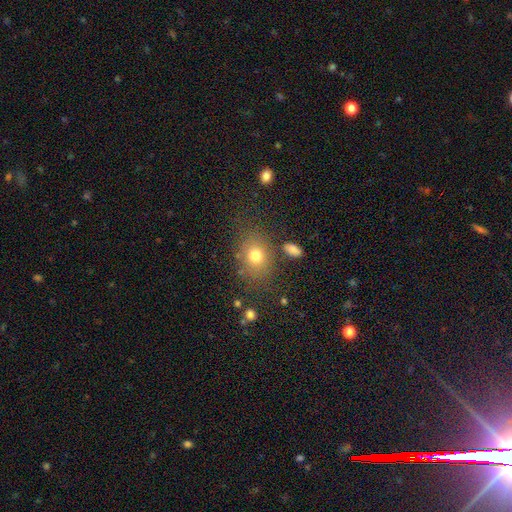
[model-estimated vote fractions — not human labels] Morphology: type=smooth (75%); roundness=in between (52%); merging=none (76%).